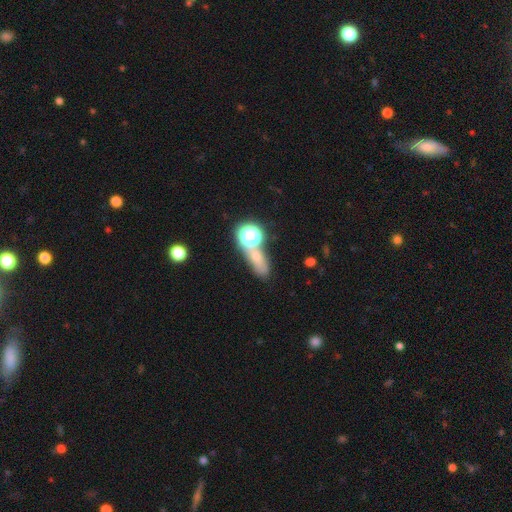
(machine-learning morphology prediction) Smooth or featured? smooth (56%)
How rounded? in between (50%)
Merging? none (49%)